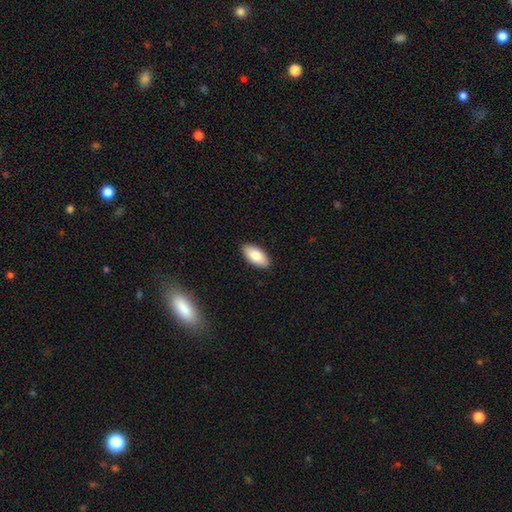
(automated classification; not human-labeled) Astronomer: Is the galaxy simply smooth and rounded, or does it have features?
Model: smooth — 84%.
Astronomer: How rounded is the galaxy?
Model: in between — 92%.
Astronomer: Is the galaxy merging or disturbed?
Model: none — 90%.